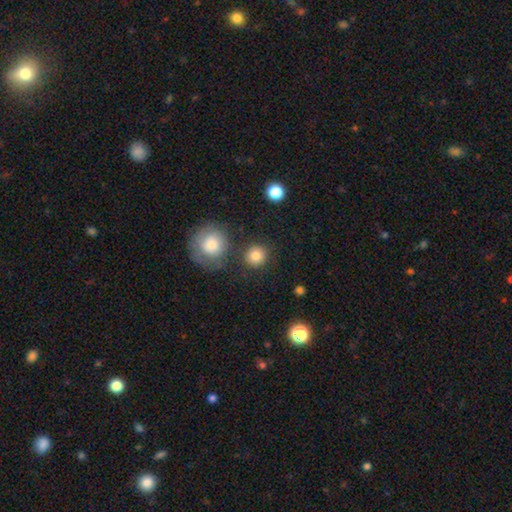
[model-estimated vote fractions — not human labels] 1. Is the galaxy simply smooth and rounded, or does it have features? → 85% smooth, 9% star or artifact, 5% featured or disk.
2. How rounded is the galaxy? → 91% round, 8% in between, 1% cigar-shaped.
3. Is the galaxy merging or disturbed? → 83% none, 8% minor disturbance, 6% merger, 3% major disturbance.